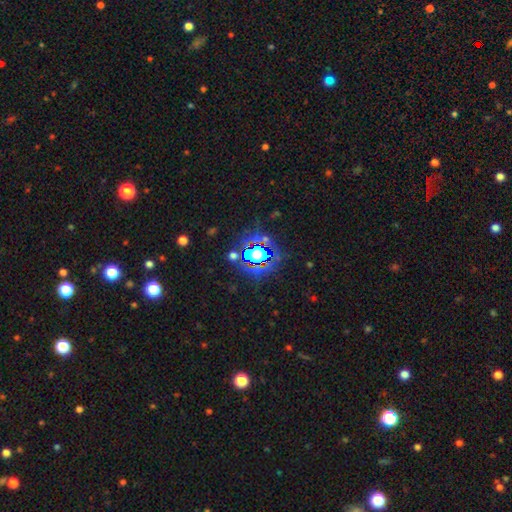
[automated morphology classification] This is likely a star or artifact rather than a galaxy (72%).